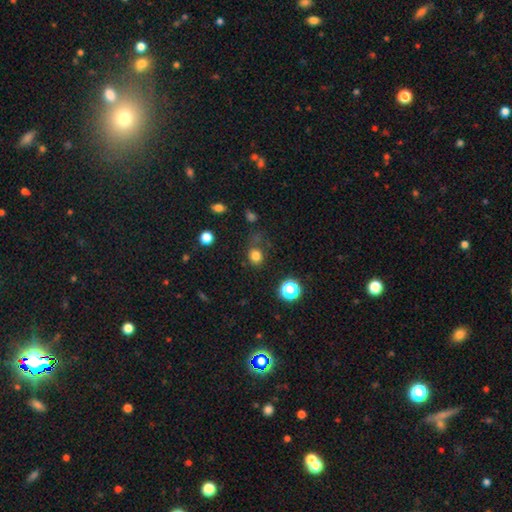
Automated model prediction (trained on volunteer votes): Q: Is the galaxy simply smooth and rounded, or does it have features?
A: smooth — 80%.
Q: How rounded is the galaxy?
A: round — 73%.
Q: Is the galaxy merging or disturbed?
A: none — 65%.